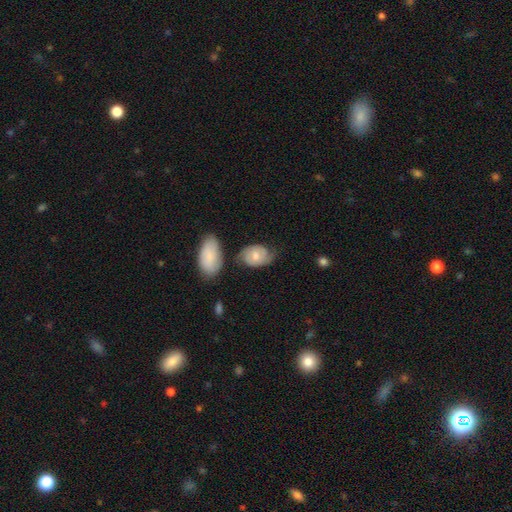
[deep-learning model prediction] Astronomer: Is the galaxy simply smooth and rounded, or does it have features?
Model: smooth — 53% (runner-up: featured or disk, 41%).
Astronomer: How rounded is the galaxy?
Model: in between — 81%.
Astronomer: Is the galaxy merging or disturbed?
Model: none — 57%.